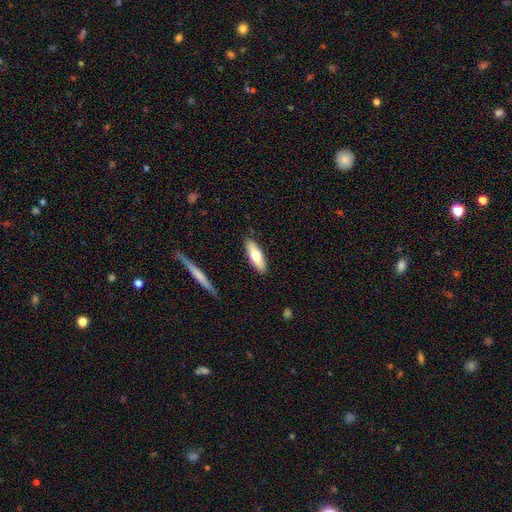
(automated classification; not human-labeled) smooth 65%, featured or disk 29%, star or artifact 6%. Down the decision tree: how rounded — in between (55%); merging — none (87%).